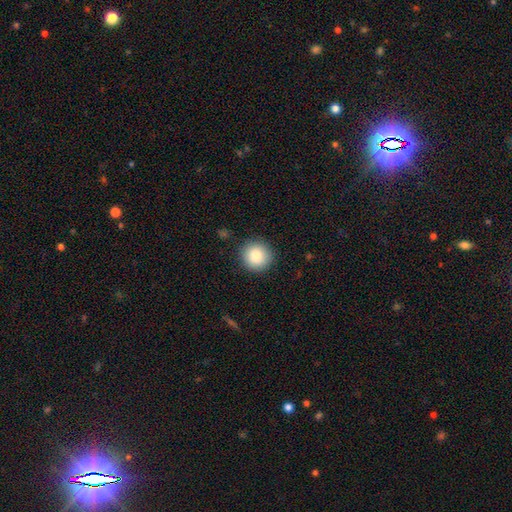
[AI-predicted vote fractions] Q: Smooth or featured?
A: smooth (84%); runner-up: star or artifact (9%)
Q: How rounded?
A: round (94%); runner-up: in between (5%)
Q: Merging?
A: none (90%); runner-up: minor disturbance (7%)